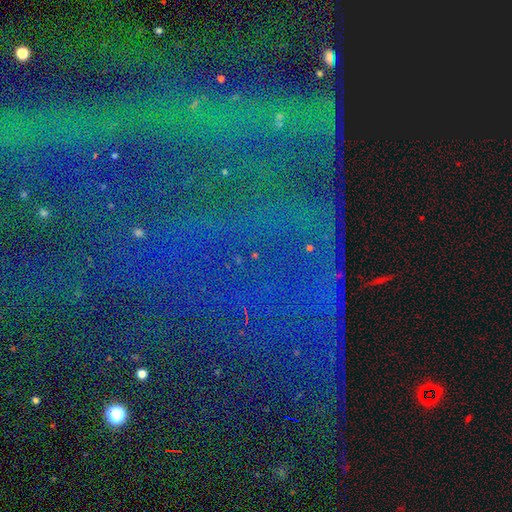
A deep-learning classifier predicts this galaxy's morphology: Overall: star or artifact (86%).